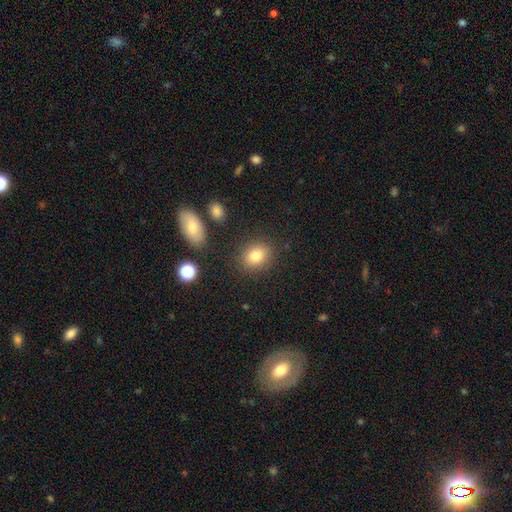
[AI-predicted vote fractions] This is clearly a smooth galaxy (81%). How rounded: possibly round (53%). Merging: clearly none (85%).